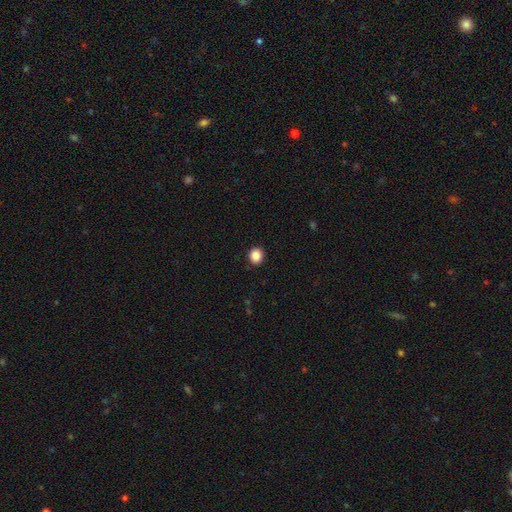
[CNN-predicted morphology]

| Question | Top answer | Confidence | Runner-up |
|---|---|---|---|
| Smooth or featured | smooth | 87% | star or artifact (10%) |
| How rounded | round | 83% | in between (16%) |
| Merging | none | 92% | minor disturbance (5%) |